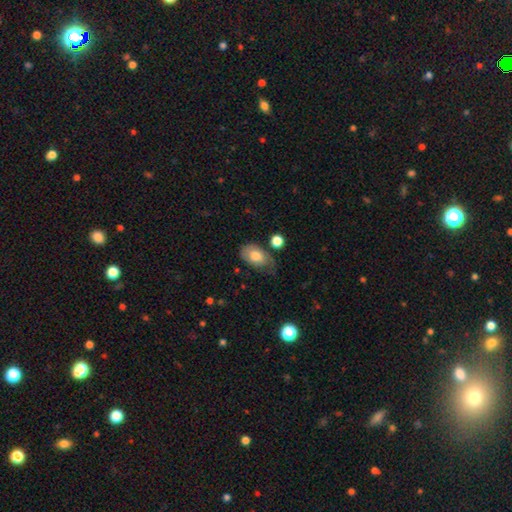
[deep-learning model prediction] smooth 70%, featured or disk 23%, star or artifact 7%. Down the decision tree: how rounded — in between (87%); merging — none (42%).